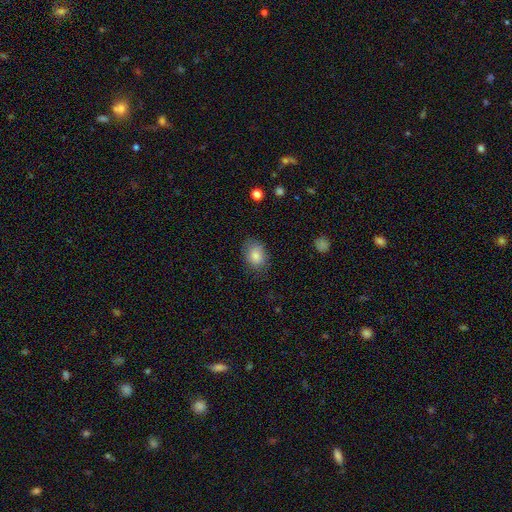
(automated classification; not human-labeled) Smooth or featured? smooth (83%)
How rounded? in between (71%)
Merging? none (75%)